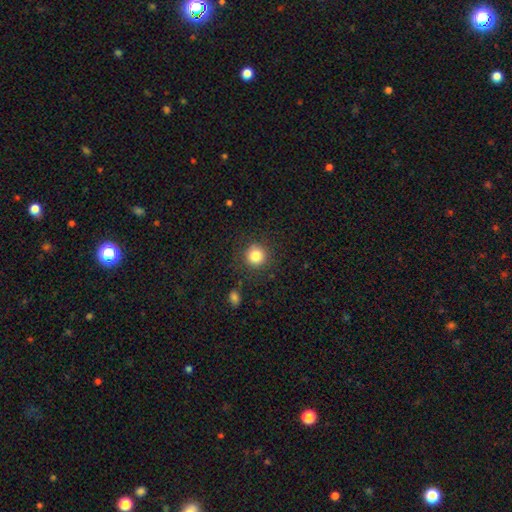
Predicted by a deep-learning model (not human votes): Smooth or featured?
  - smooth: 83% *
  - star or artifact: 11%
  - featured or disk: 5%
How rounded?
  - round: 93% *
  - in between: 6%
  - cigar-shaped: 1%
Merging?
  - none: 87% *
  - minor disturbance: 8%
  - major disturbance: 3%
  - merger: 2%